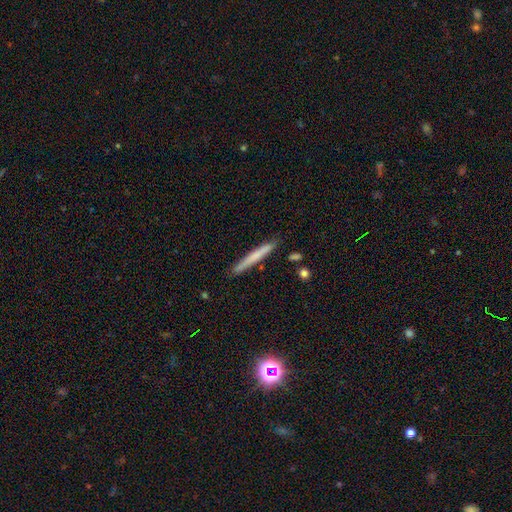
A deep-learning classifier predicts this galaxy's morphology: Smooth or featured: smooth — 61% (featured or disk — 33%)
How rounded: cigar-shaped — 97% (in between — 2%)
Merging: none — 87% (minor disturbance — 9%)